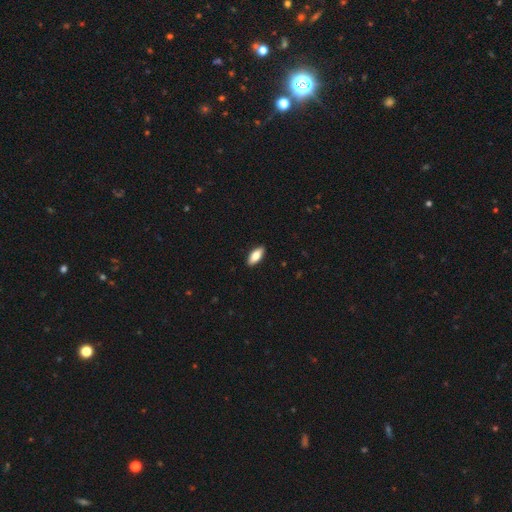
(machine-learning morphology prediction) A smooth galaxy with no disk features (78%) that is in between round and cigar-shaped (82%). Merging: none (91%).